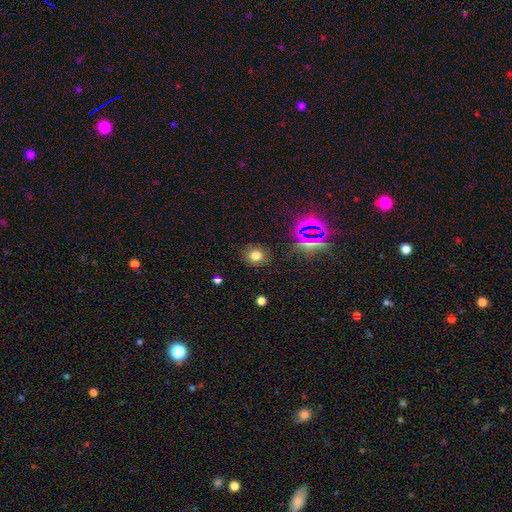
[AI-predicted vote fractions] Smooth or featured? smooth (71%)
How rounded? round (71%)
Merging? none (86%)